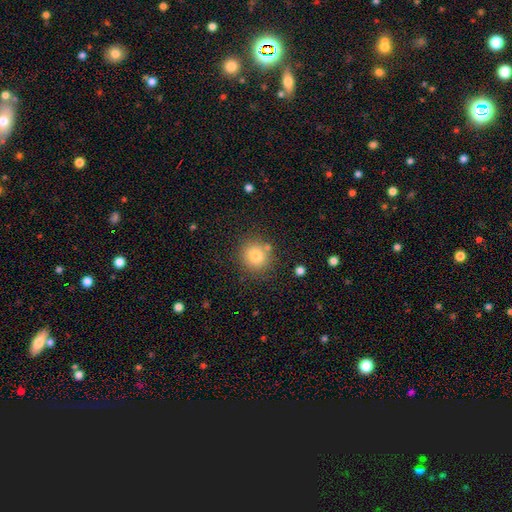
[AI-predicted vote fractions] This is clearly a smooth galaxy (81%). How rounded: clearly round (87%). Merging: clearly none (81%).